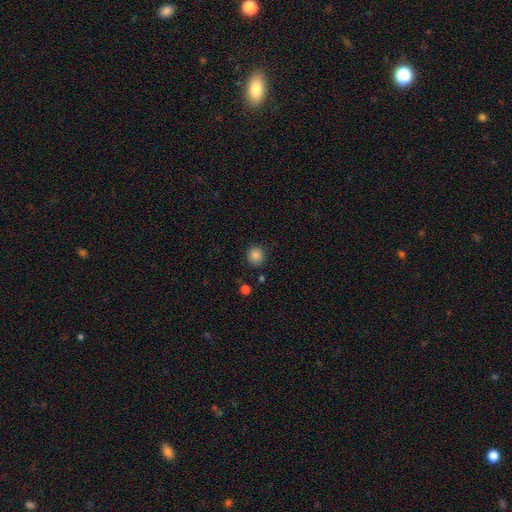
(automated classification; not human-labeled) A smooth galaxy with no disk features (86%) that is round (90%).

Vote fractions:
- Smooth or featured? smooth: 86% / star or artifact: 11% / featured or disk: 3%
- How rounded? round: 90% / in between: 9% / cigar-shaped: 1%
- Merging? none: 88% / minor disturbance: 8% / major disturbance: 3% / merger: 2%